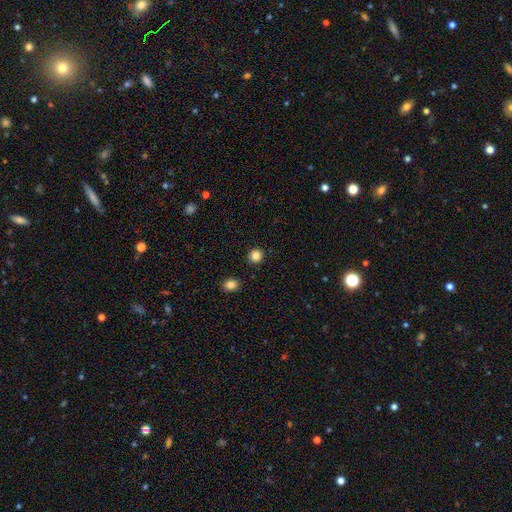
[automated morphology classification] Smooth or featured? smooth (84%)
How rounded? round (90%)
Merging? none (91%)